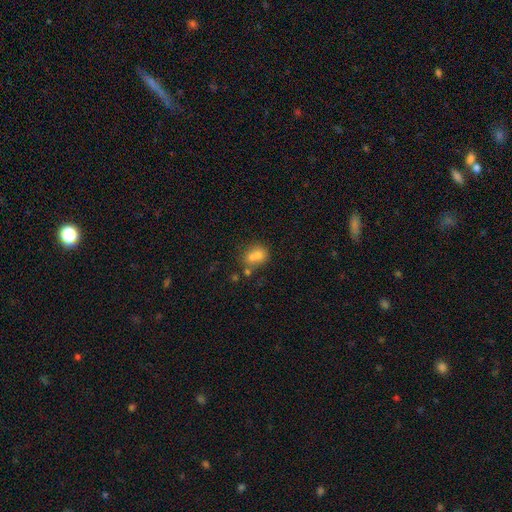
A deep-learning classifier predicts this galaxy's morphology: A smooth galaxy with no disk features (69%) that is round (60%).

Vote fractions:
- Smooth or featured? smooth: 69% / featured or disk: 18% / star or artifact: 12%
- How rounded? round: 60% / in between: 38% / cigar-shaped: 1%
- Merging? merger: 52% / none: 34% / minor disturbance: 10% / major disturbance: 5%